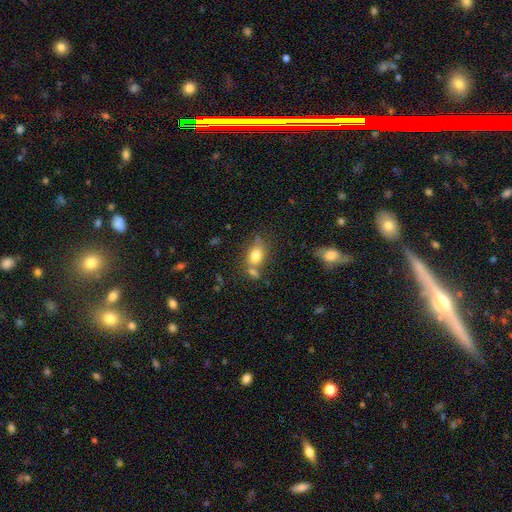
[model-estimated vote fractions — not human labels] A smooth galaxy with no disk features (77%) that is in between round and cigar-shaped (77%). Merging: none (53%).